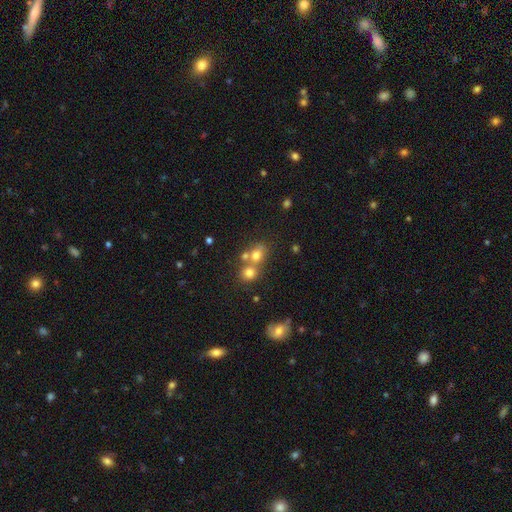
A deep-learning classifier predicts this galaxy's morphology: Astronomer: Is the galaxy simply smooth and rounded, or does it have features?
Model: smooth — 68%.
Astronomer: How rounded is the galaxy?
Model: round — 66%.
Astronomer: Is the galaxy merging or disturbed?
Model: merger — 48% (runner-up: none, 40%).